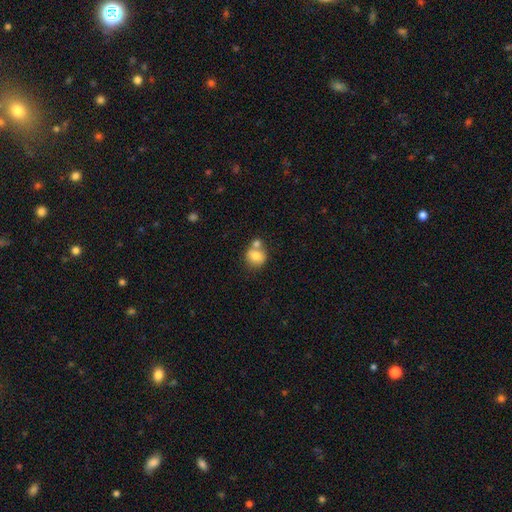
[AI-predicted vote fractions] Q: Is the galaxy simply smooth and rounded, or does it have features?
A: smooth — 77%.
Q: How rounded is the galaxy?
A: round — 81%.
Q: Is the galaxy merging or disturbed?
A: none — 46%.